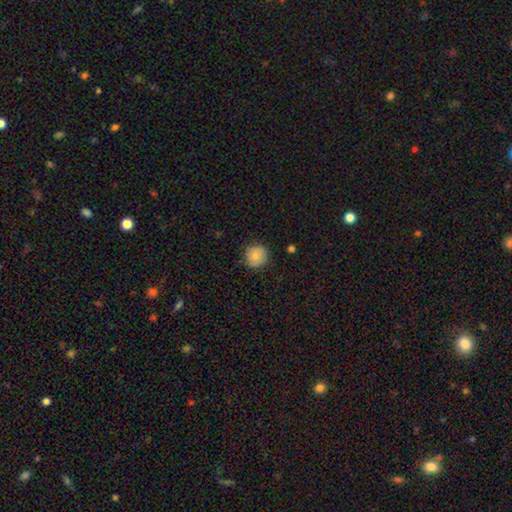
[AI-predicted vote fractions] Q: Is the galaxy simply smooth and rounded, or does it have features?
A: smooth — 81%.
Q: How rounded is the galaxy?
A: round — 93%.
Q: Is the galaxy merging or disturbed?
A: none — 86%.